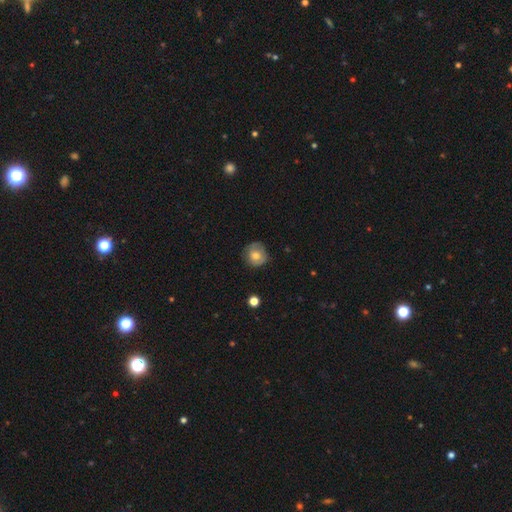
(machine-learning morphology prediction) This is likely a smooth galaxy (67%). How rounded: clearly round (88%). Merging: likely none (72%).